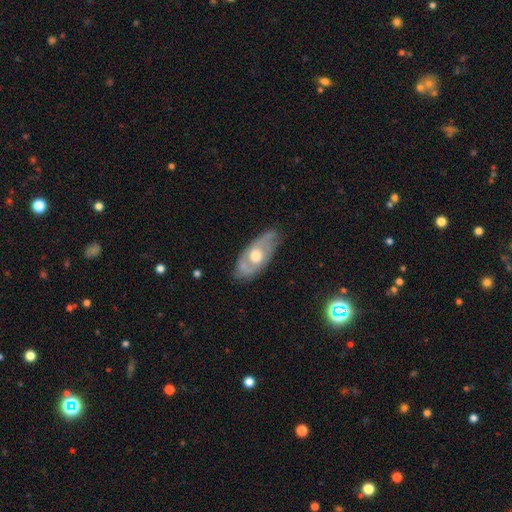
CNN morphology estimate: smooth-or-featured: featured or disk: 62% | smooth: 32% | star or artifact: 6%
  disk-edge-on: no: 81% | yes: 19%
    bar: no: 77% | weak: 19% | strong: 4%
    has-spiral-arms: yes: 52% | no: 48%
    bulge-size: moderate: 68% | large: 23% | small: 7% | dominant: 1% | none: 1%
  merging: none: 66% | minor disturbance: 25% | major disturbance: 6% | merger: 2%